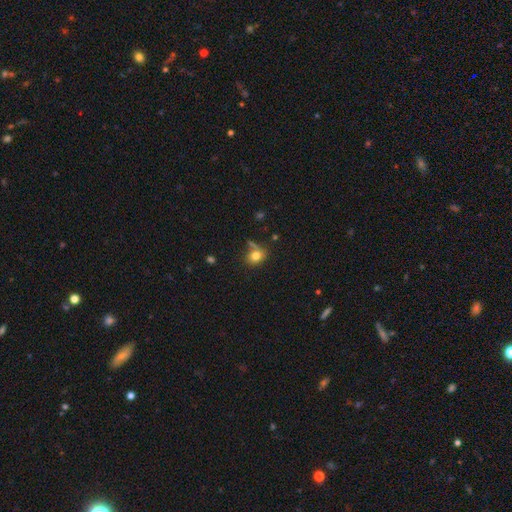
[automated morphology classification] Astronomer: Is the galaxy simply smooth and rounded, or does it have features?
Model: smooth — 78%.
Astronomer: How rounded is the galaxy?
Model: round — 58% (runner-up: in between, 40%).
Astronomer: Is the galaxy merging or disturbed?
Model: none — 59%.